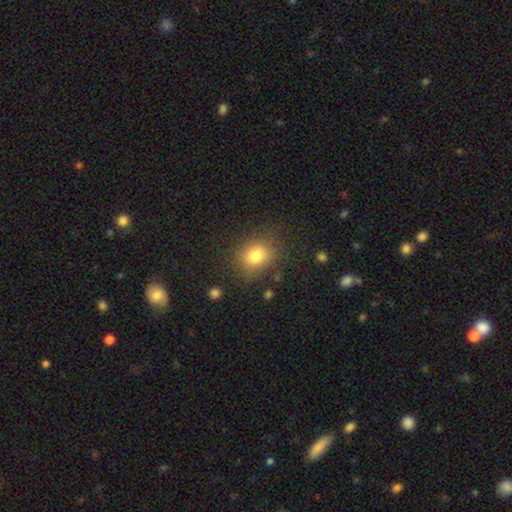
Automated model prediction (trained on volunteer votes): Q: Smooth or featured?
A: smooth (80%); runner-up: star or artifact (12%)
Q: How rounded?
A: round (59%); runner-up: in between (40%)
Q: Merging?
A: none (79%); runner-up: minor disturbance (13%)